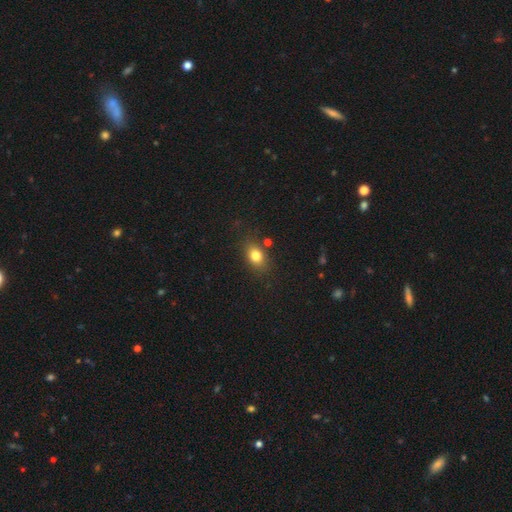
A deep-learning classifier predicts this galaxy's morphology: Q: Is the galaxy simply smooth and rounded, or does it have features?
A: smooth — 80%.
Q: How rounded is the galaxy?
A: in between — 69%.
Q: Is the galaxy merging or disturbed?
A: none — 79%.